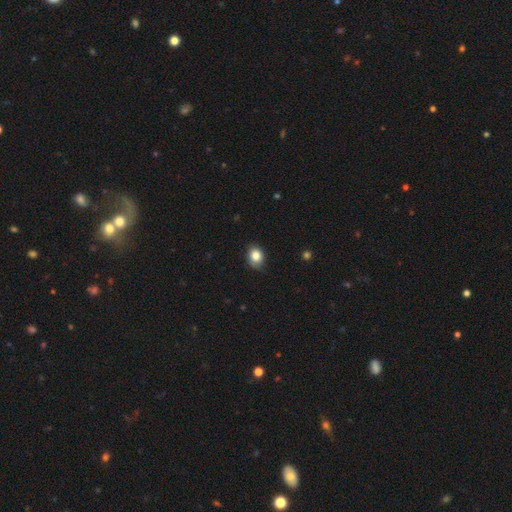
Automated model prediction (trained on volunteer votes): smooth-or-featured: smooth: 85% | star or artifact: 9% | featured or disk: 6%
  how-rounded: in between: 55% | round: 44% | cigar-shaped: 1%
  merging: none: 82% | minor disturbance: 14% | major disturbance: 2% | merger: 1%